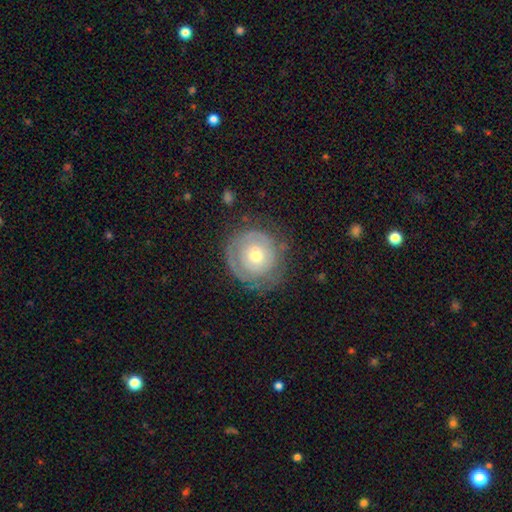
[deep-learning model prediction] A featured or disk galaxy (57%) with no bar (85%), spiral arms (55%) and a moderate central bulge (53%). Merging: none (69%).